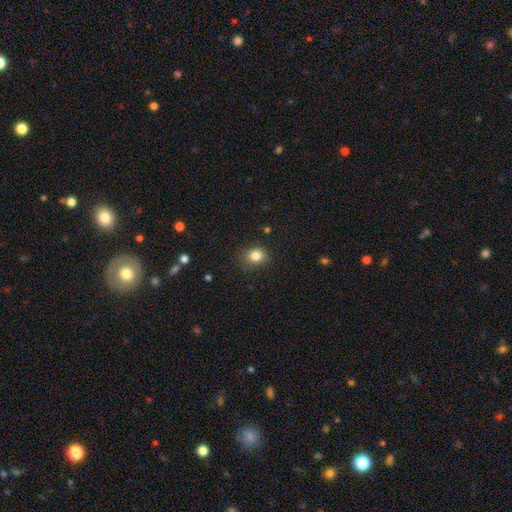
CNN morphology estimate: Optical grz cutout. It shows a smooth galaxy with no disk features (83%) that is round (63%). Merging: none (84%).